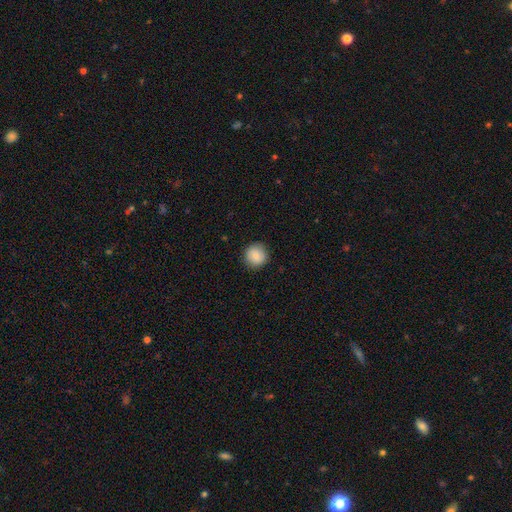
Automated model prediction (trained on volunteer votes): A smooth galaxy with no disk features (83%) that is round (94%). Merging: none (89%).